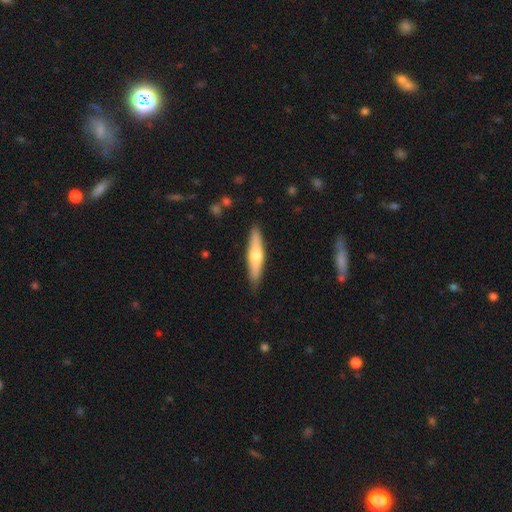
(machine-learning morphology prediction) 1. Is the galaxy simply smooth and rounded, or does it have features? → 50% smooth, 45% featured or disk, 5% star or artifact.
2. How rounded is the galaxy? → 83% cigar-shaped, 15% in between, 2% round.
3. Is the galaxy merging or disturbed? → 88% none, 9% minor disturbance, 2% major disturbance, 1% merger.